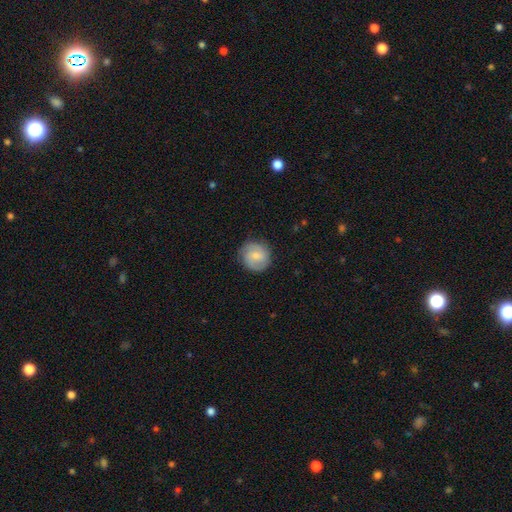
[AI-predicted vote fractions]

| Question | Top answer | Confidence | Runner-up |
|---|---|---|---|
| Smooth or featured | smooth | 48% | featured or disk (45%) |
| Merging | none | 83% | minor disturbance (13%) |